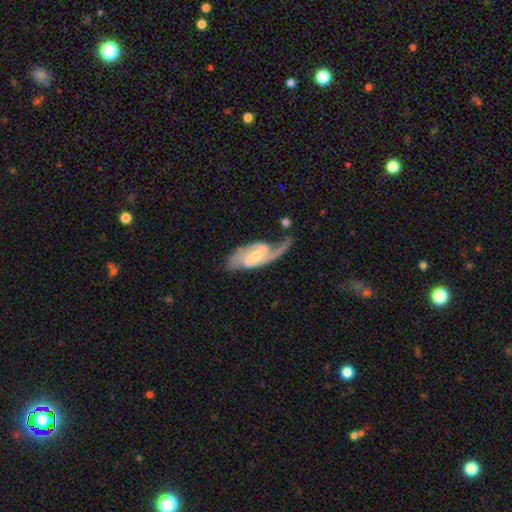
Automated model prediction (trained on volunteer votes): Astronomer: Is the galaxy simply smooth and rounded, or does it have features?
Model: featured or disk — 88%.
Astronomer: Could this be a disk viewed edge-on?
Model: no — 96%.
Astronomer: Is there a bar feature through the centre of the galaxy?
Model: weak — 47% (runner-up: strong, 37%).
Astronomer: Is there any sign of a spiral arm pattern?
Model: yes — 97%.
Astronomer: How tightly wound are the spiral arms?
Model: medium — 49% (runner-up: loose, 32%).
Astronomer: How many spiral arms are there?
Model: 2 — 80%.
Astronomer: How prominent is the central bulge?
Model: small — 53% (runner-up: moderate, 38%).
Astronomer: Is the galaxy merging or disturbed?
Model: none — 53%.